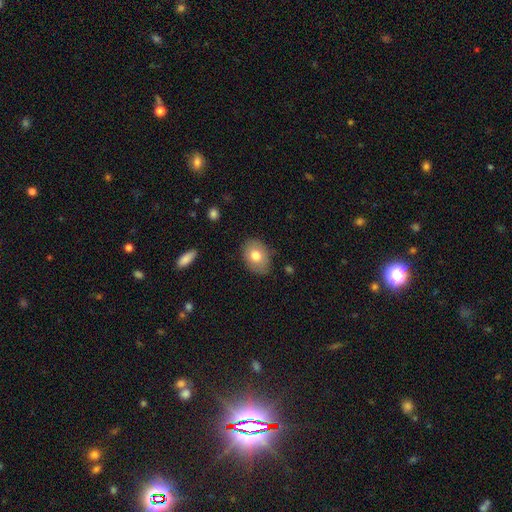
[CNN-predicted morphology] This appears to be a smooth galaxy with no disk features (75%) that is in between round and cigar-shaped (70%). Merging: none (81%).